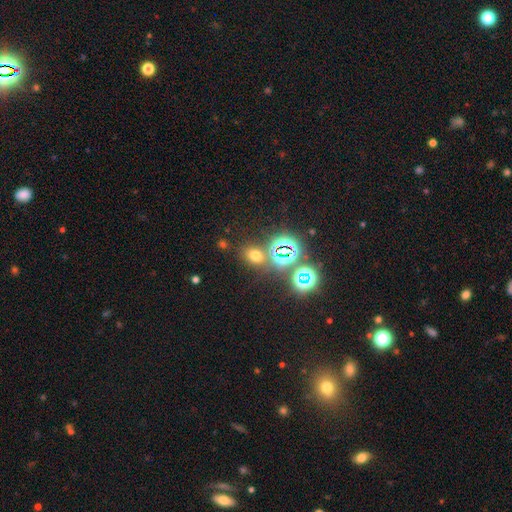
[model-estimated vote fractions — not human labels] smooth_or_featured: smooth (p=0.57) [alt: star or artifact p=0.35]
how_rounded: in between (p=0.51) [alt: round p=0.47]
merging: none (p=0.74) [alt: merger p=0.11]